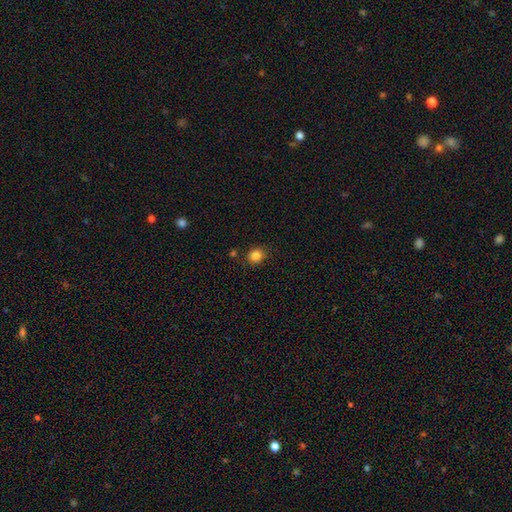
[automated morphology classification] Smooth or featured? Predicted: smooth (p=0.83). How rounded? Predicted: round (p=0.80). Merging? Predicted: none (p=0.86).